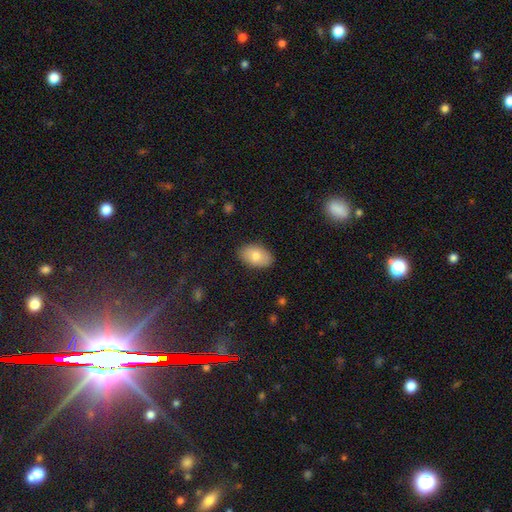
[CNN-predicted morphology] smooth 78%, featured or disk 15%, star or artifact 7%. Down the decision tree: how rounded — in between (90%); merging — none (86%).